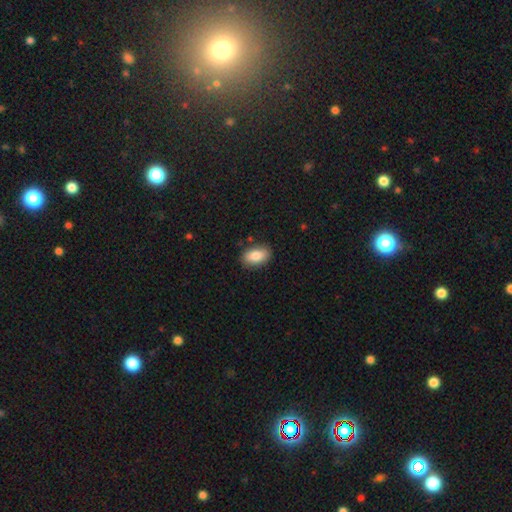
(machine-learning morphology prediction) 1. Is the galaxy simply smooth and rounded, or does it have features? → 84% smooth, 9% featured or disk, 7% star or artifact.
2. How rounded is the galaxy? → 91% in between, 7% round, 2% cigar-shaped.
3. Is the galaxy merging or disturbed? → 86% none, 10% minor disturbance, 2% major disturbance, 1% merger.